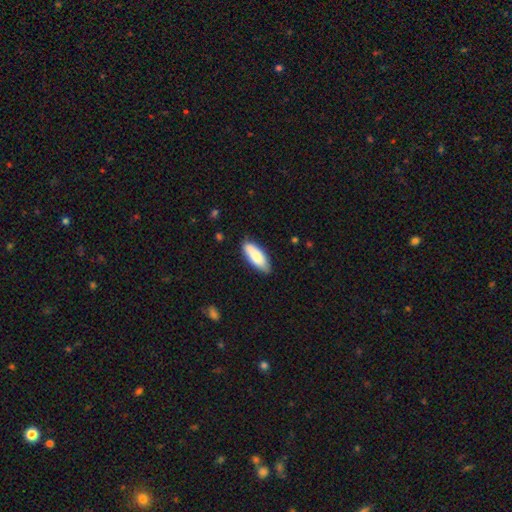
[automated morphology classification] Smooth or featured? smooth (81%)
How rounded? in between (74%)
Merging? none (83%)